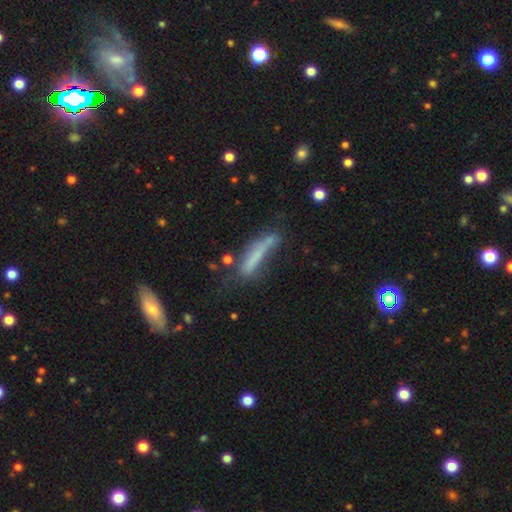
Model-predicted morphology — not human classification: Overall: smooth (60%; featured or disk 30%). How rounded: cigar-shaped (85%). Merging: none (46%; minor disturbance 28%).